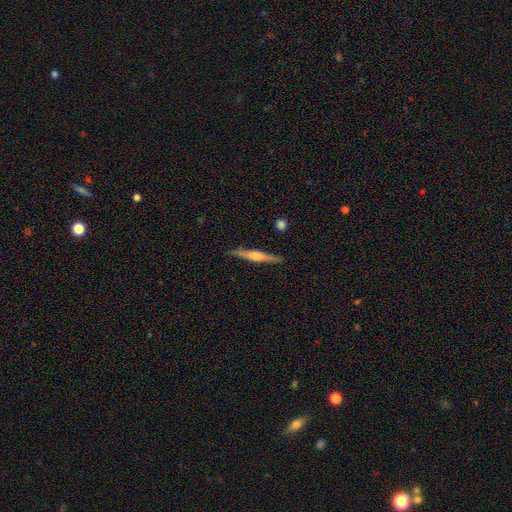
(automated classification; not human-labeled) smooth-or-featured: featured or disk: 63% | smooth: 31% | star or artifact: 6%
  disk-edge-on: yes: 97% | no: 3%
    edge-on-bulge: rounded: 68% | boxy: 19% | none: 12%
  merging: none: 88% | minor disturbance: 9% | major disturbance: 2% | merger: 2%